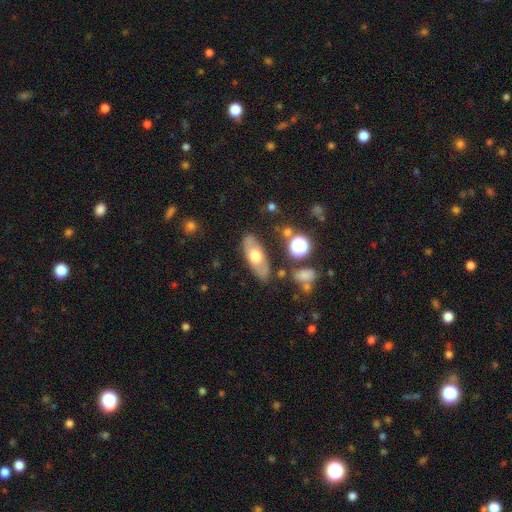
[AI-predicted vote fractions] smooth_or_featured: smooth (p=0.51) [alt: featured or disk p=0.43]
how_rounded: in between (p=0.79) [alt: cigar-shaped p=0.16]
merging: none (p=0.79) [alt: minor disturbance p=0.13]